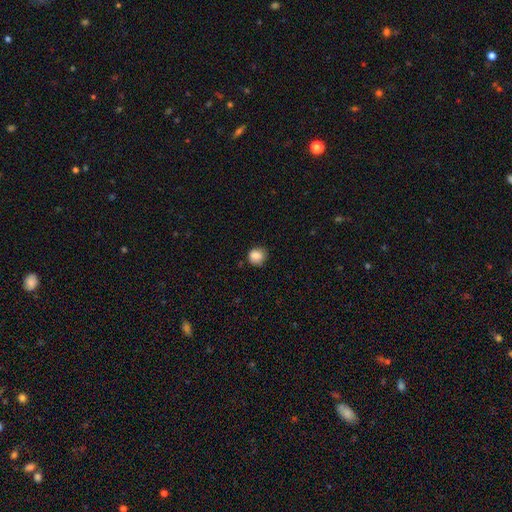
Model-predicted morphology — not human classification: type=smooth (85%); roundness=round (83%); merging=none (75%).